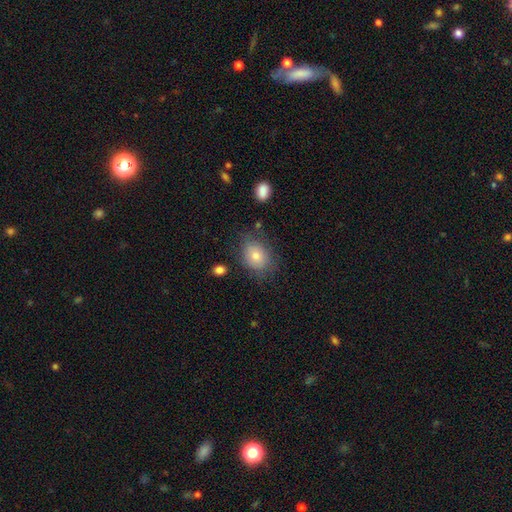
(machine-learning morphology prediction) Smooth or featured?
  - smooth: 76% *
  - featured or disk: 13%
  - star or artifact: 11%
How rounded?
  - in between: 58% *
  - round: 41%
  - cigar-shaped: 1%
Merging?
  - none: 75% *
  - minor disturbance: 17%
  - major disturbance: 6%
  - merger: 3%